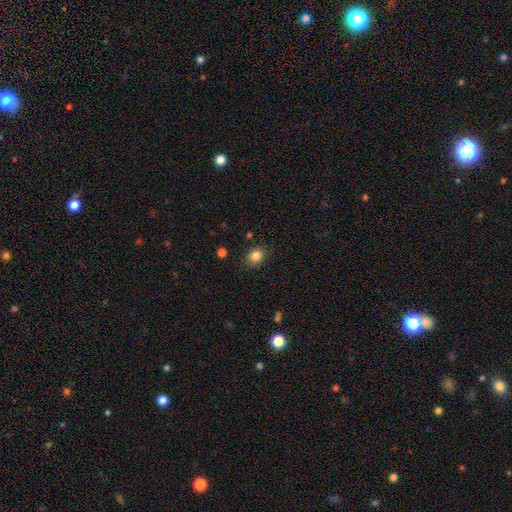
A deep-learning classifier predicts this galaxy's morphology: Overall: smooth (84%). How rounded: round (61%; in between 38%). Merging: none (80%).